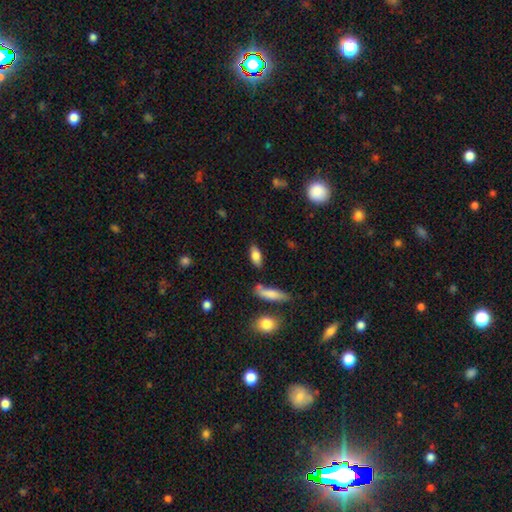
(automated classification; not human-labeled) smooth 78%, featured or disk 15%, star or artifact 7%. Down the decision tree: how rounded — in between (78%); merging — none (79%).